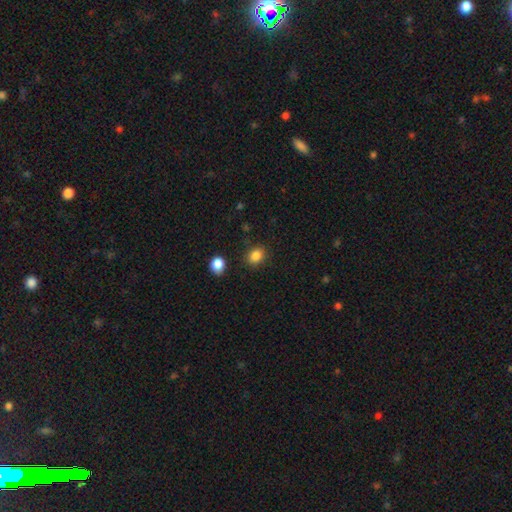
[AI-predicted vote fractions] smooth-or-featured: smooth: 86% | star or artifact: 10% | featured or disk: 4%
  how-rounded: round: 53% | in between: 46% | cigar-shaped: 1%
  merging: none: 85% | minor disturbance: 9% | major disturbance: 3% | merger: 3%